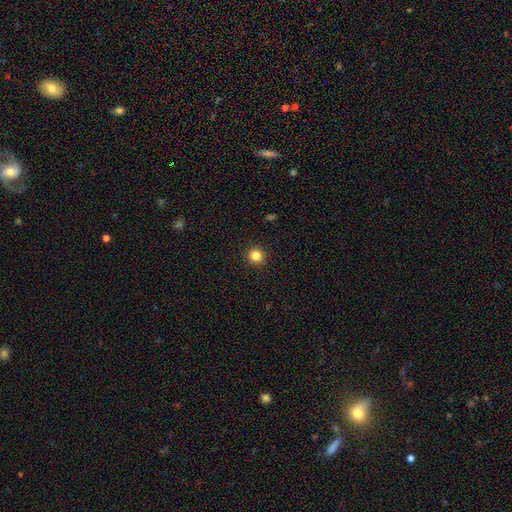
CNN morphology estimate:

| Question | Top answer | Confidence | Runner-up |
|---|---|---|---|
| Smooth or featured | smooth | 83% | star or artifact (12%) |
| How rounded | round | 94% | in between (5%) |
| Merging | none | 93% | minor disturbance (4%) |